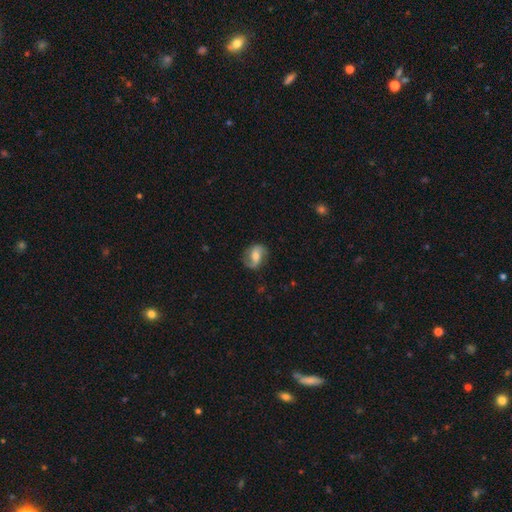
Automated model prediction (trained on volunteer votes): Q: Smooth or featured?
A: featured or disk (71%); runner-up: smooth (23%)
Q: Edge-on disk?
A: no (97%); runner-up: yes (3%)
Q: Bar?
A: weak (41%); runner-up: no (34%)
Q: Spiral arms?
A: yes (91%); runner-up: no (9%)
Q: Spiral winding?
A: loose (41%); tied with: medium (41%)
Q: Spiral arm count?
A: 2 (87%); runner-up: 1 (5%)
Q: Bulge size?
A: moderate (62%); runner-up: small (28%)
Q: Merging?
A: none (78%); runner-up: minor disturbance (15%)